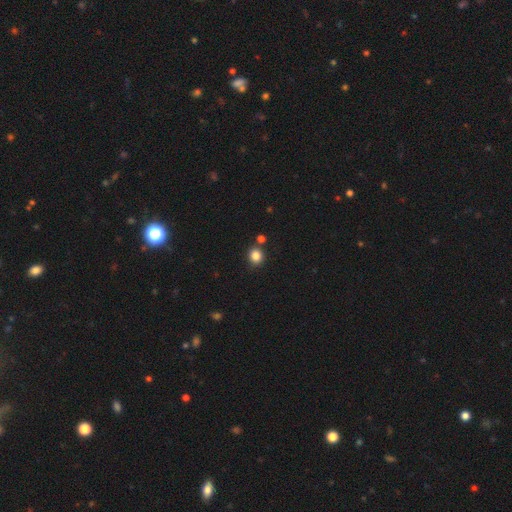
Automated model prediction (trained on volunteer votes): Morphology: type=smooth (85%); roundness=round (77%); merging=none (81%).